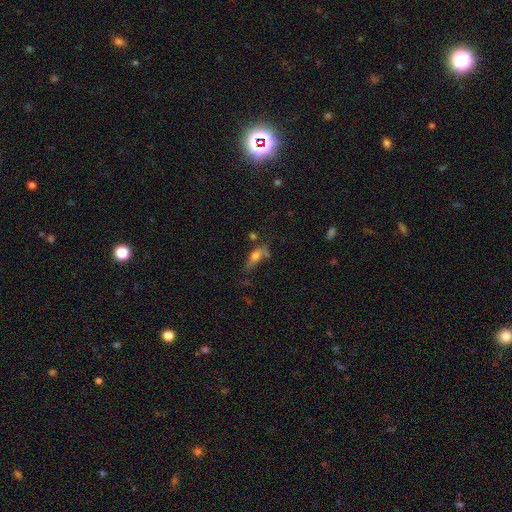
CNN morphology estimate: This appears to be a smooth galaxy with no disk features (61%) that is in between round and cigar-shaped (63%). Merging: none (43%).